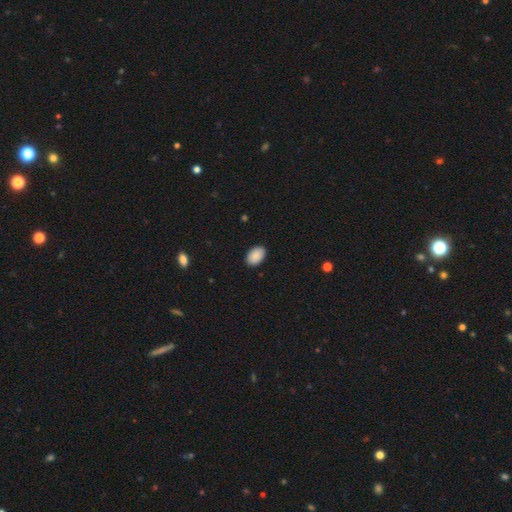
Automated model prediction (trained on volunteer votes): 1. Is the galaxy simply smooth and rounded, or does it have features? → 90% smooth, 7% star or artifact, 3% featured or disk.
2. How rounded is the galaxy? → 90% in between, 8% round, 1% cigar-shaped.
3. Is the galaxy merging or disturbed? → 89% none, 8% minor disturbance, 2% major disturbance, 1% merger.